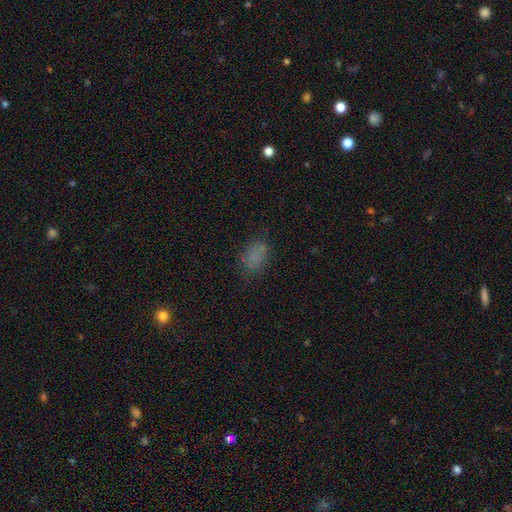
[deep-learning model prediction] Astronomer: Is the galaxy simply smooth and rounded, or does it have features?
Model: smooth — 74%.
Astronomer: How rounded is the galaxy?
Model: in between — 81%.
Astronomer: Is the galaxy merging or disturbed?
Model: none — 68%.